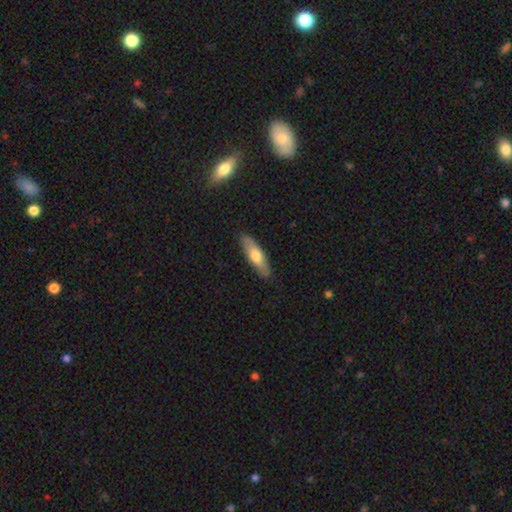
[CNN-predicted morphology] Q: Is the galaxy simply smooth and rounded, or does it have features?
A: smooth — 64%.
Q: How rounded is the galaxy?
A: cigar-shaped — 57%.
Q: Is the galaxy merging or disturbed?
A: none — 87%.